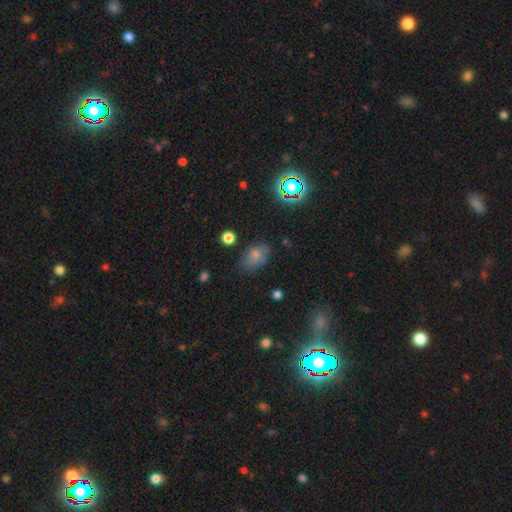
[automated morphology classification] The model was most divided on "merging": none: 67%, minor disturbance: 23%, major disturbance: 7%, merger: 3%. More confident: how rounded — in between (83%); smooth or featured — smooth (75%).